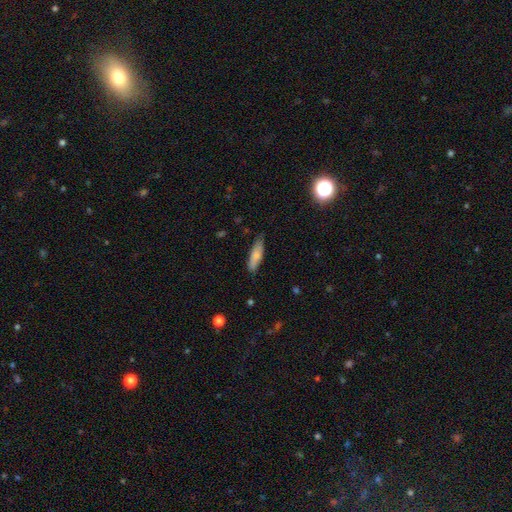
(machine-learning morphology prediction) Smooth or featured: smooth — 76% (featured or disk — 18%)
How rounded: cigar-shaped — 60% (in between — 38%)
Merging: none — 76% (minor disturbance — 19%)